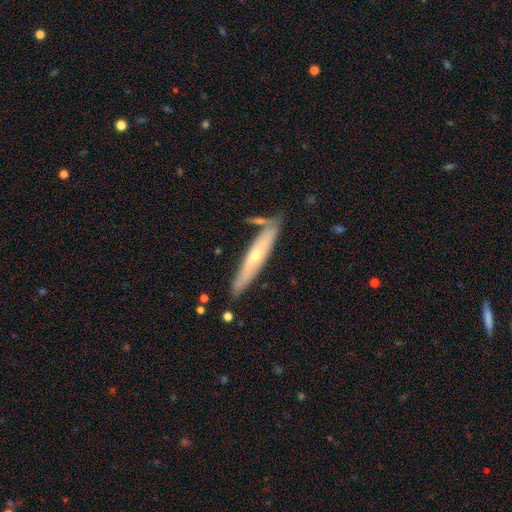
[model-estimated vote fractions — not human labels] Smooth or featured: featured or disk — 62% (smooth — 30%)
Edge-on disk: yes — 80% (no — 20%)
Merging: none — 79% (minor disturbance — 14%)